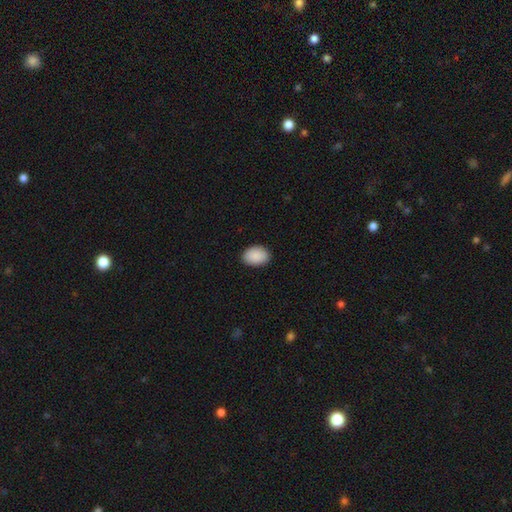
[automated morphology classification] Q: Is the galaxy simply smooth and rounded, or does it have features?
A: smooth — 91%.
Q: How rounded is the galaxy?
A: in between — 84%.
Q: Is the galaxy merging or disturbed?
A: none — 88%.